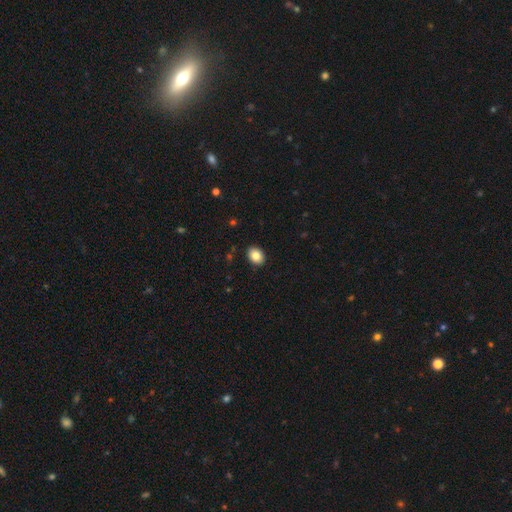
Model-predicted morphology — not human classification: Q: Smooth or featured?
A: smooth (85%); runner-up: star or artifact (9%)
Q: How rounded?
A: in between (64%); runner-up: round (35%)
Q: Merging?
A: none (90%); runner-up: minor disturbance (7%)